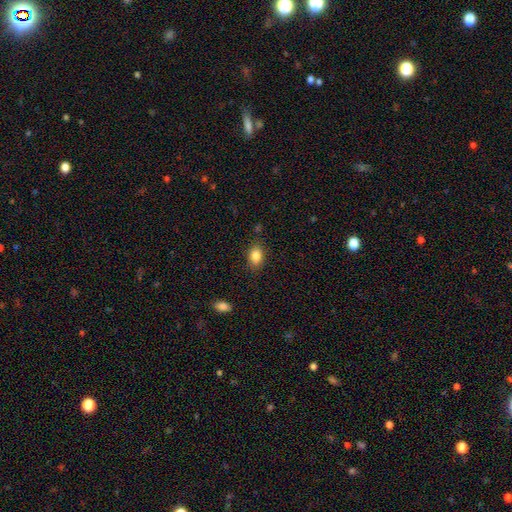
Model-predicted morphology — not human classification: This is clearly a smooth galaxy (85%). How rounded: clearly in between (84%). Merging: clearly none (83%).